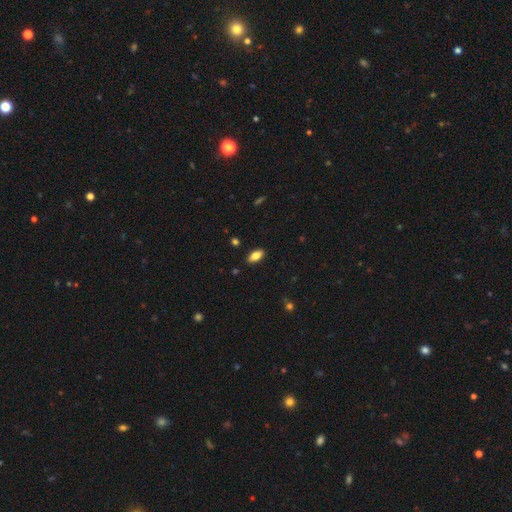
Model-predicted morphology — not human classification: Overall: smooth (81%). How rounded: in between (89%). Merging: none (88%).